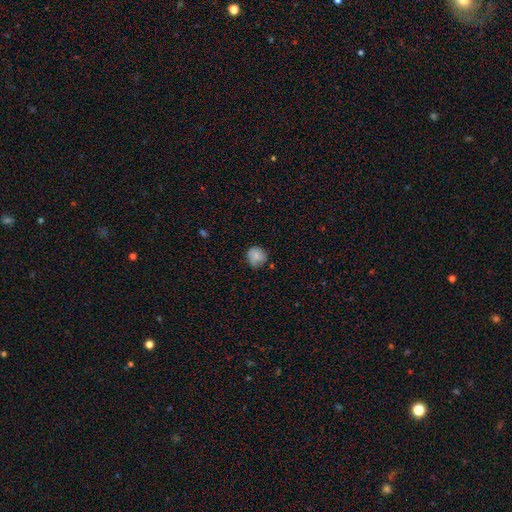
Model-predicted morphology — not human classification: A smooth galaxy with no disk features (81%) that is round (83%).

Vote fractions:
- Smooth or featured? smooth: 81% / featured or disk: 11% / star or artifact: 8%
- How rounded? round: 83% / in between: 16% / cigar-shaped: 1%
- Merging? none: 68% / minor disturbance: 25% / major disturbance: 5% / merger: 2%